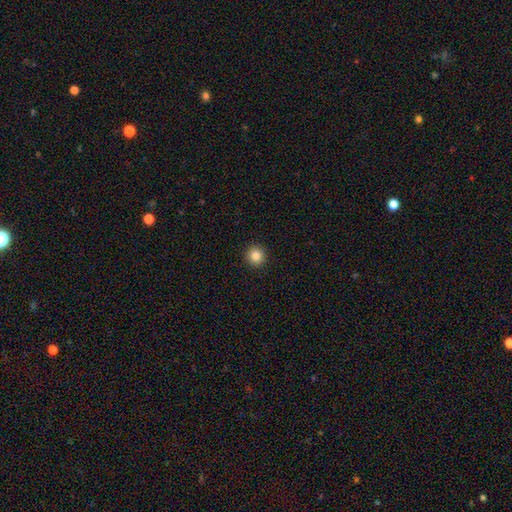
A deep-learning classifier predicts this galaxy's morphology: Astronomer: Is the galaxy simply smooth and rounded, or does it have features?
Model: smooth — 85%.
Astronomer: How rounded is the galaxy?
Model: round — 95%.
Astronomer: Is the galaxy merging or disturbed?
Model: none — 94%.